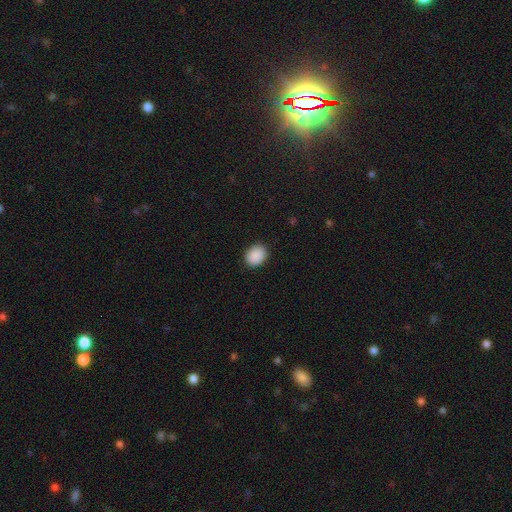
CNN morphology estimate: Q: Smooth or featured?
A: smooth (90%); runner-up: star or artifact (8%)
Q: How rounded?
A: round (50%); runner-up: in between (49%)
Q: Merging?
A: none (89%); runner-up: minor disturbance (8%)